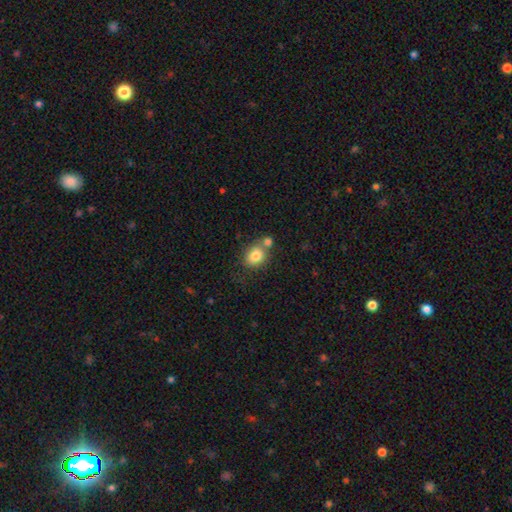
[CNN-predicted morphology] This is clearly a smooth galaxy (80%). How rounded: possibly round (52%). Merging: possibly none (52%).